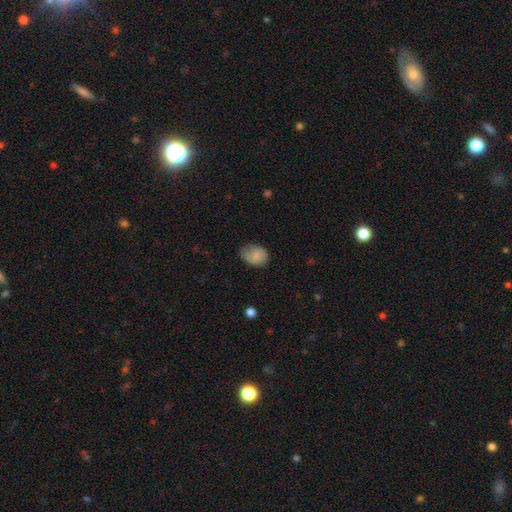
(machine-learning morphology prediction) smooth 81%, featured or disk 11%, star or artifact 7%. Down the decision tree: how rounded — in between (70%); merging — none (59%).